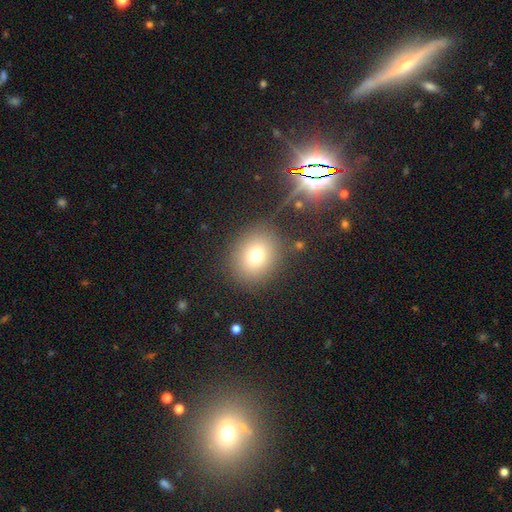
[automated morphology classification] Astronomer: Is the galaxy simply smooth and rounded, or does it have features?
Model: smooth — 73%.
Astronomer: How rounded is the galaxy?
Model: round — 72%.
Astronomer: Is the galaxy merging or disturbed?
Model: none — 85%.